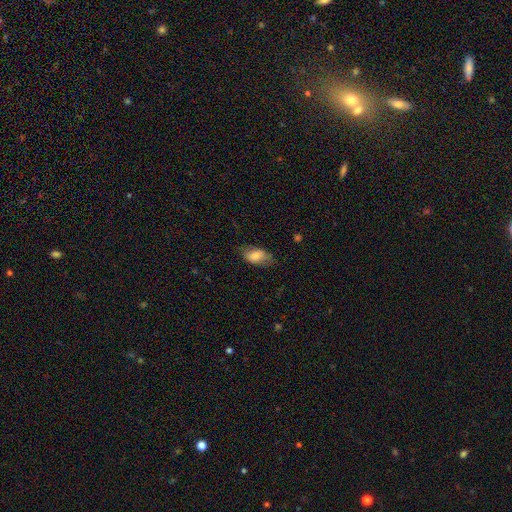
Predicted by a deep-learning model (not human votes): Q: Smooth or featured?
A: smooth (78%); runner-up: featured or disk (15%)
Q: How rounded?
A: in between (91%); runner-up: round (6%)
Q: Merging?
A: none (69%); runner-up: minor disturbance (22%)